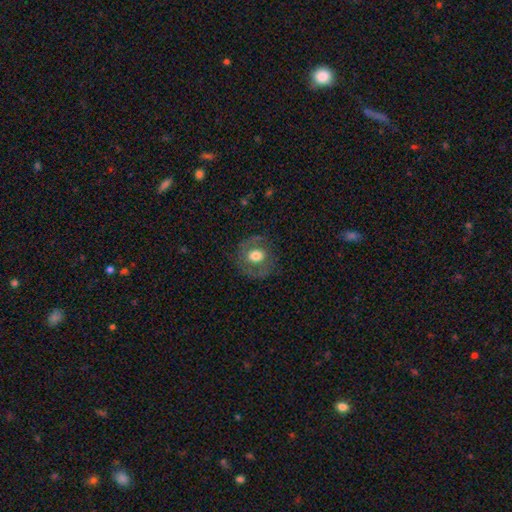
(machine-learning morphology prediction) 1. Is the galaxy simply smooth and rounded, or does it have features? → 52% smooth, 39% featured or disk, 9% star or artifact.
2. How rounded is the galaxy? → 75% round, 23% in between, 1% cigar-shaped.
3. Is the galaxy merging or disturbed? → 74% none, 15% minor disturbance, 10% major disturbance, 1% merger.